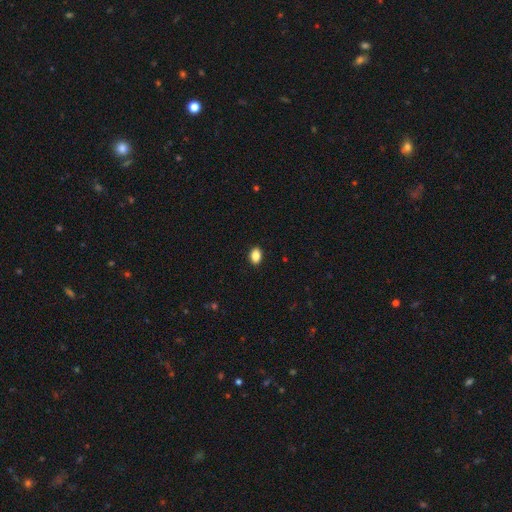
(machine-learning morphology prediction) smooth_or_featured: smooth (p=0.88) [alt: star or artifact p=0.09]
how_rounded: in between (p=0.81) [alt: round p=0.18]
merging: none (p=0.90) [alt: minor disturbance p=0.07]